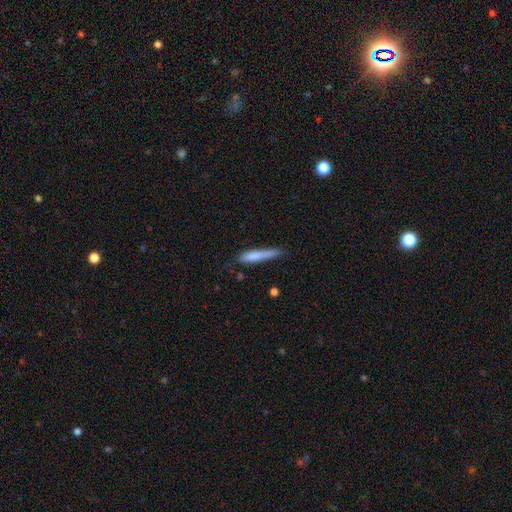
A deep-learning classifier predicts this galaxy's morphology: Q: Smooth or featured?
A: smooth (76%); runner-up: featured or disk (17%)
Q: How rounded?
A: cigar-shaped (90%); runner-up: in between (9%)
Q: Merging?
A: none (59%); runner-up: minor disturbance (30%)